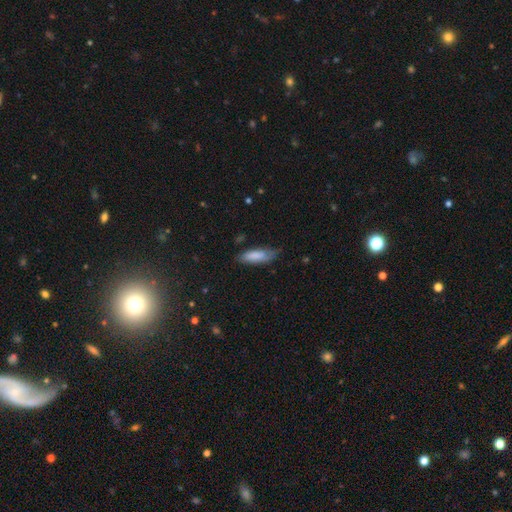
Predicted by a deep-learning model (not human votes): Smooth or featured? smooth (79%)
How rounded? in between (54%)
Merging? none (60%)